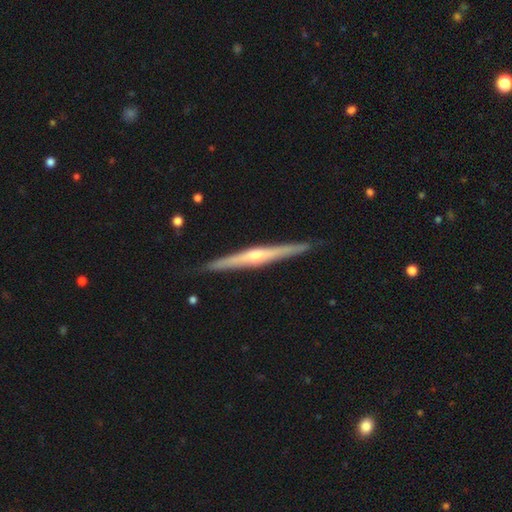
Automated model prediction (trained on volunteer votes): This appears to be a featured or disk galaxy (76%) viewed edge-on (98%) with a rounded central bulge (76%). Merging: none (90%).